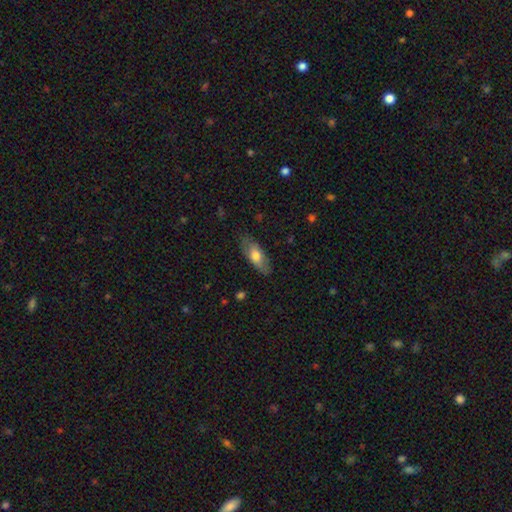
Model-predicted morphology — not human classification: Smooth or featured: smooth — 68% (featured or disk — 26%)
How rounded: in between — 76% (cigar-shaped — 22%)
Merging: none — 79% (minor disturbance — 16%)